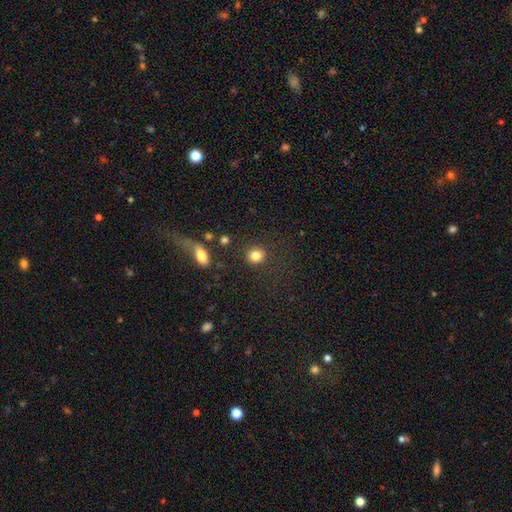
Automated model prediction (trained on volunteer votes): Q: Smooth or featured?
A: smooth (84%); runner-up: star or artifact (10%)
Q: How rounded?
A: round (87%); runner-up: in between (12%)
Q: Merging?
A: none (87%); runner-up: minor disturbance (7%)